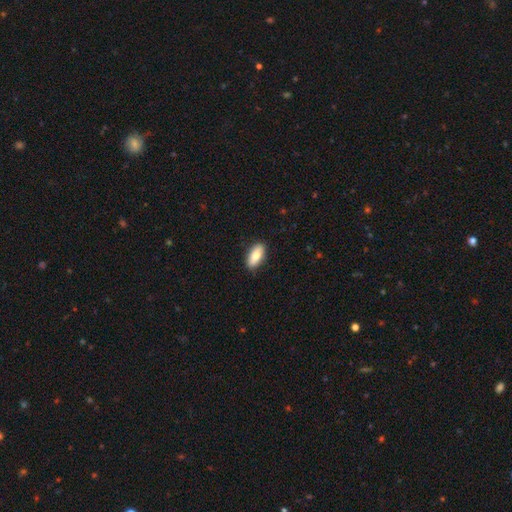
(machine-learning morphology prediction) Overall: smooth (82%). How rounded: in between (84%). Merging: none (89%).